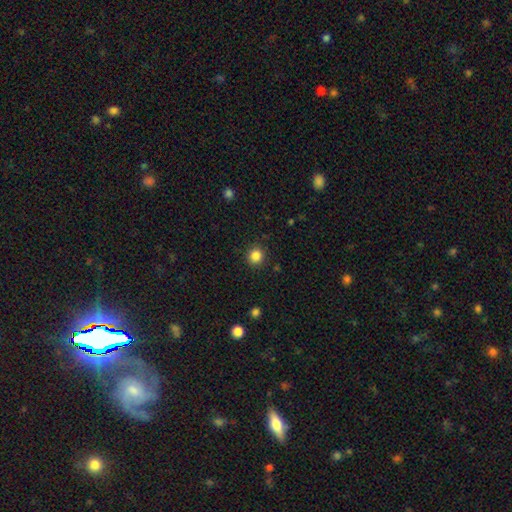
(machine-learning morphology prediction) Q: Smooth or featured?
A: smooth (84%); runner-up: star or artifact (12%)
Q: How rounded?
A: round (92%); runner-up: in between (7%)
Q: Merging?
A: none (90%); runner-up: minor disturbance (6%)